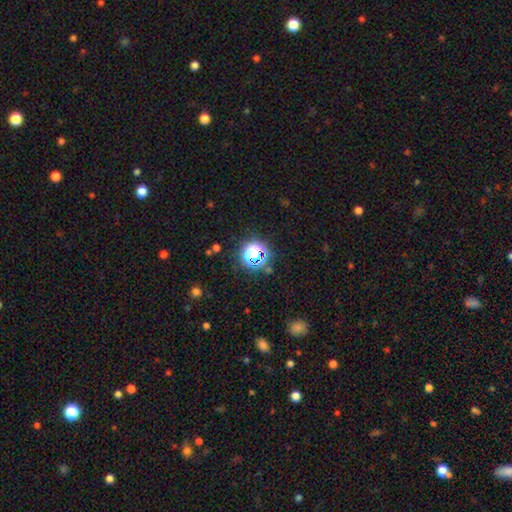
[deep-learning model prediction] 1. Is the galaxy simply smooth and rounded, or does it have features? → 62% star or artifact, 29% smooth, 10% featured or disk.